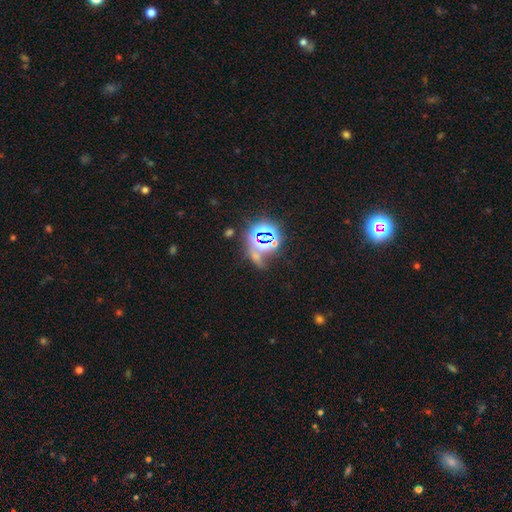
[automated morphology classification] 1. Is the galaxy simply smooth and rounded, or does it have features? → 69% star or artifact, 21% smooth, 11% featured or disk.